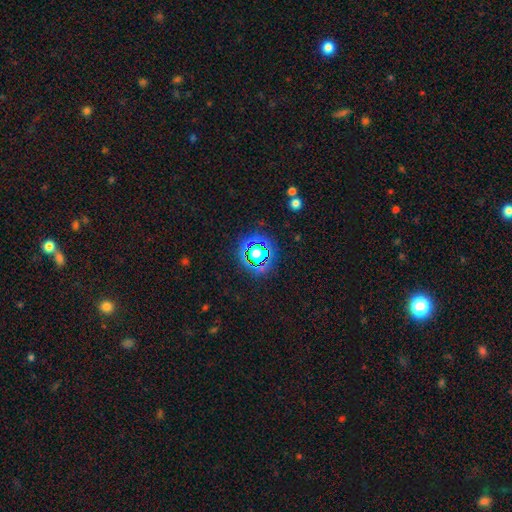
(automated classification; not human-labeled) Smooth or featured: star or artifact — 58% (smooth — 29%)